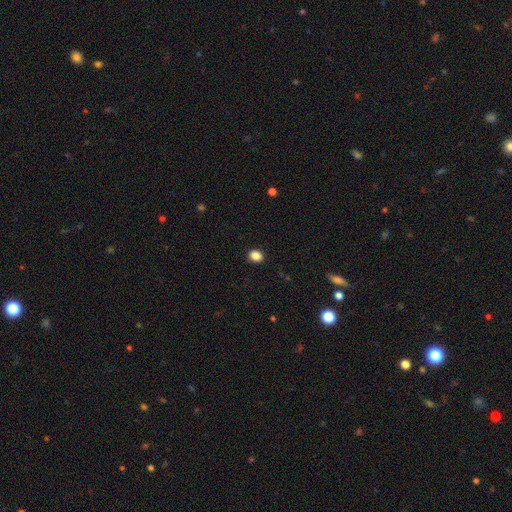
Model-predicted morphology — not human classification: smooth-or-featured: smooth: 86% | star or artifact: 10% | featured or disk: 3%
  how-rounded: in between: 50% | round: 49% | cigar-shaped: 1%
  merging: none: 89% | minor disturbance: 8% | major disturbance: 2% | merger: 1%